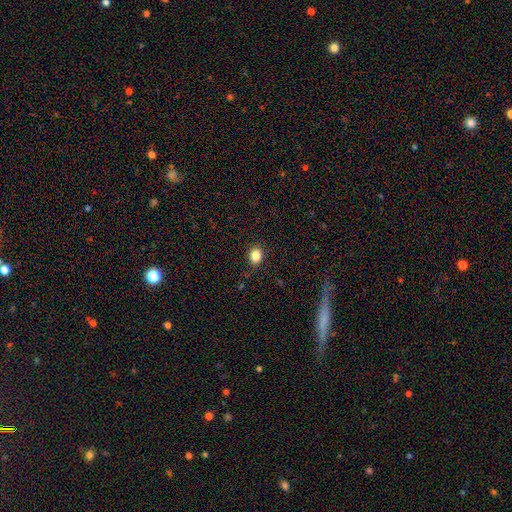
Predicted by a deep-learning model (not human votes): A smooth galaxy with no disk features (84%) that is round (52%).

Vote fractions:
- Smooth or featured? smooth: 84% / star or artifact: 11% / featured or disk: 5%
- How rounded? round: 52% / in between: 47% / cigar-shaped: 1%
- Merging? none: 86% / minor disturbance: 10% / major disturbance: 3% / merger: 1%